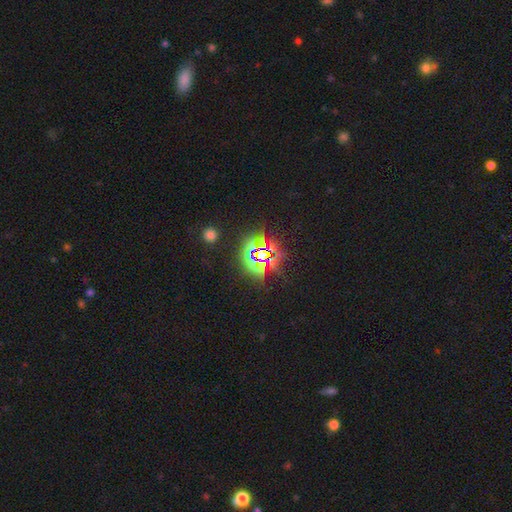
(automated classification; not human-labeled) smooth-or-featured: star or artifact: 80% | smooth: 12% | featured or disk: 8%